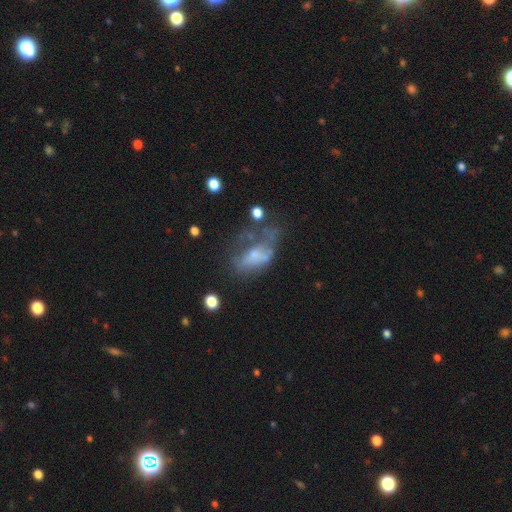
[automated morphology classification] Smooth or featured? Predicted: featured or disk (p=0.45). Merging? Predicted: major disturbance (p=0.43).